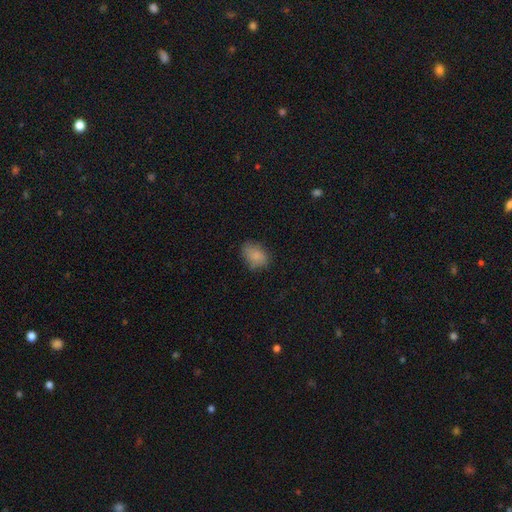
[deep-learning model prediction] The model was most divided on "merging": none: 73%, minor disturbance: 21%, major disturbance: 5%, merger: 1%. More confident: smooth or featured — smooth (83%); how rounded — in between (76%).